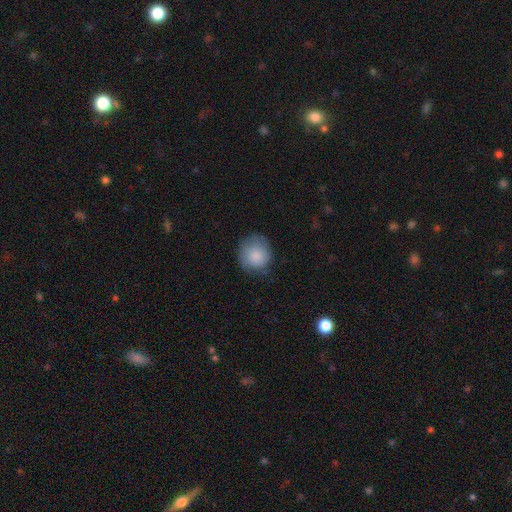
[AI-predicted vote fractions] This appears to be a smooth galaxy with no disk features (84%) that is round (88%). Merging: none (72%).